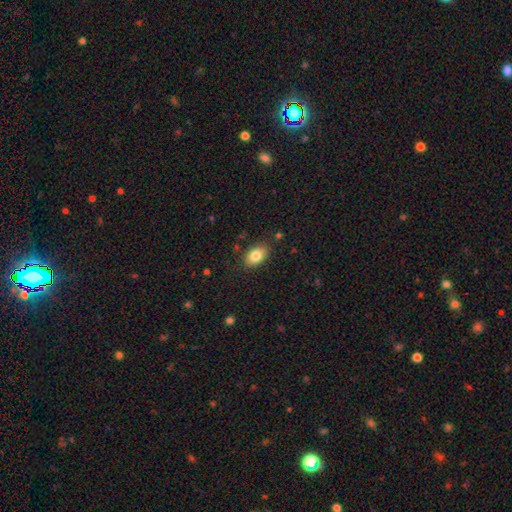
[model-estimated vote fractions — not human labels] Overall: smooth (83%). How rounded: in between (88%). Merging: none (83%).